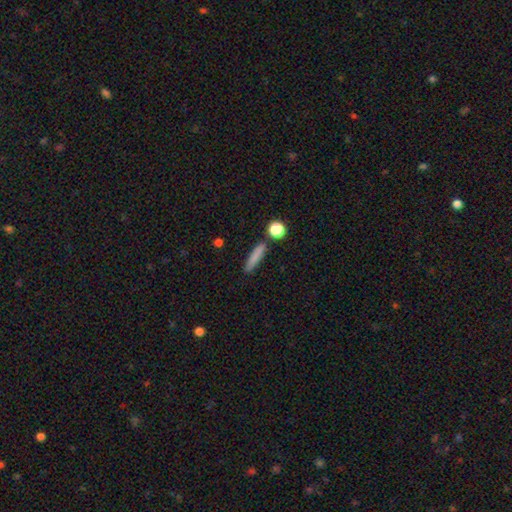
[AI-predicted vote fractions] A smooth galaxy with no disk features (81%) that is cigar-shaped (84%). Merging: none (81%).